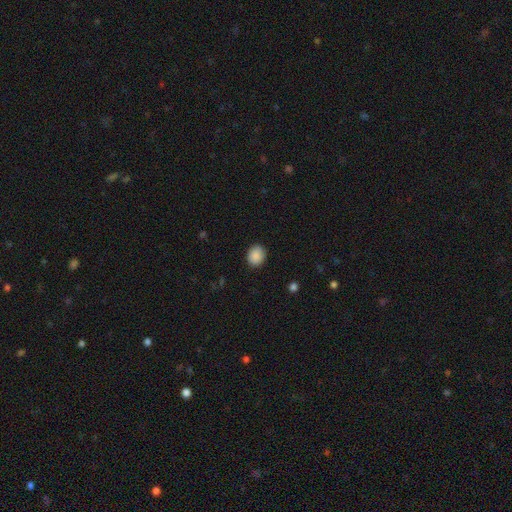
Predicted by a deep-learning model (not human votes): smooth_or_featured: smooth (p=0.89) [alt: star or artifact p=0.08]
how_rounded: round (p=0.57) [alt: in between p=0.42]
merging: none (p=0.89) [alt: minor disturbance p=0.08]